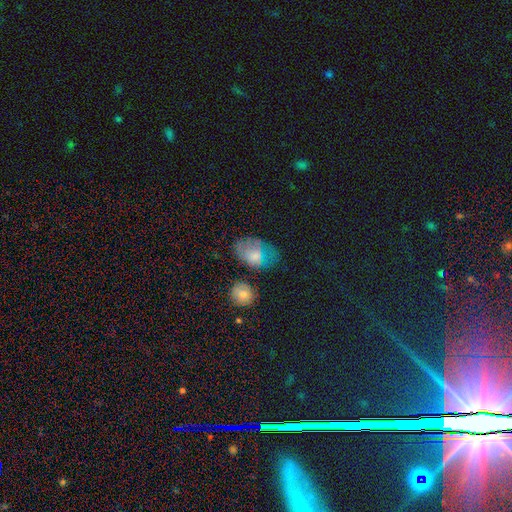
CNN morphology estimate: The model was most divided on "merging": none: 52%, minor disturbance: 27%, major disturbance: 15%, merger: 5%. More confident: how rounded — in between (85%); smooth or featured — smooth (69%).